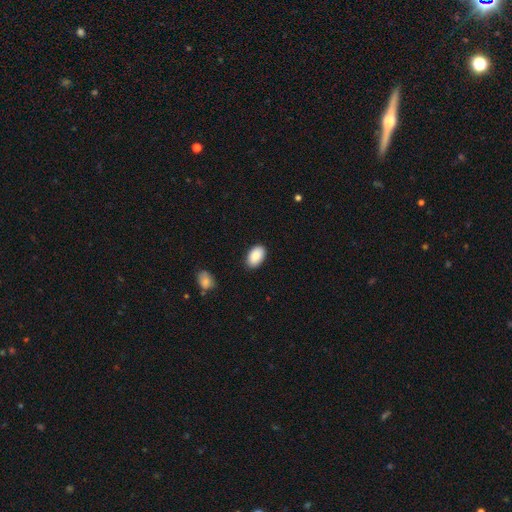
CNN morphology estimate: A smooth galaxy with no disk features (89%) that is in between round and cigar-shaped (93%).

Vote fractions:
- Smooth or featured? smooth: 89% / star or artifact: 7% / featured or disk: 5%
- How rounded? in between: 93% / round: 6% / cigar-shaped: 1%
- Merging? none: 88% / minor disturbance: 9% / major disturbance: 2% / merger: 1%